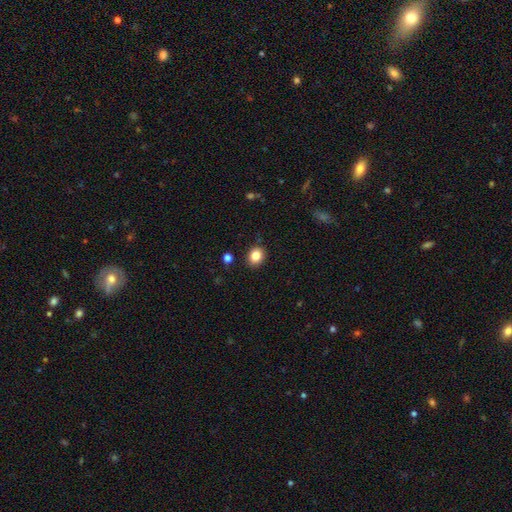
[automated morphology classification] Overall: smooth (84%). How rounded: round (62%; in between 37%). Merging: none (88%).